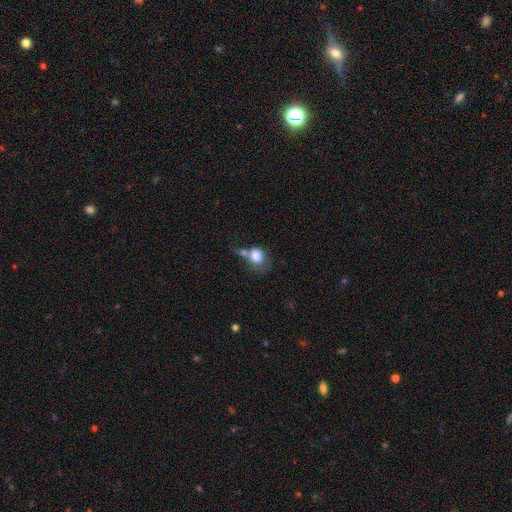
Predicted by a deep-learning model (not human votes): The model was most divided on "how rounded": round: 52%, in between: 47%, cigar-shaped: 1%. Remaining: smooth or featured — smooth (77%); merging — merger (44%).